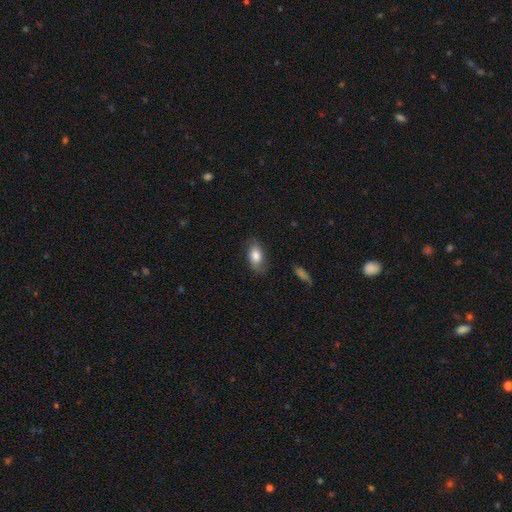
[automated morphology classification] Q: Smooth or featured?
A: smooth (77%); runner-up: featured or disk (16%)
Q: How rounded?
A: in between (89%); runner-up: round (8%)
Q: Merging?
A: none (74%); runner-up: minor disturbance (19%)